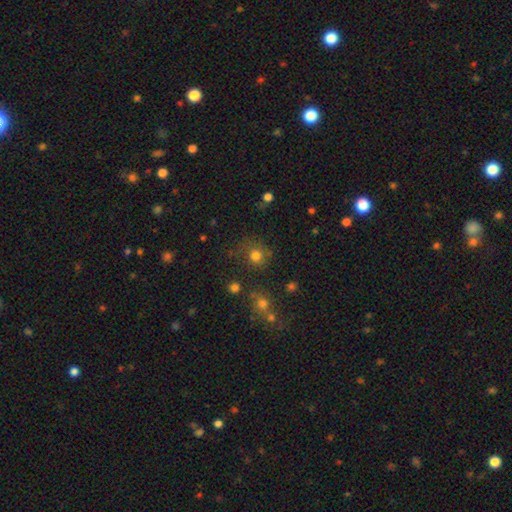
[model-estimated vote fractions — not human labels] Smooth or featured? Predicted: smooth (p=0.76). How rounded? Predicted: round (p=0.90). Merging? Predicted: none (p=0.75).